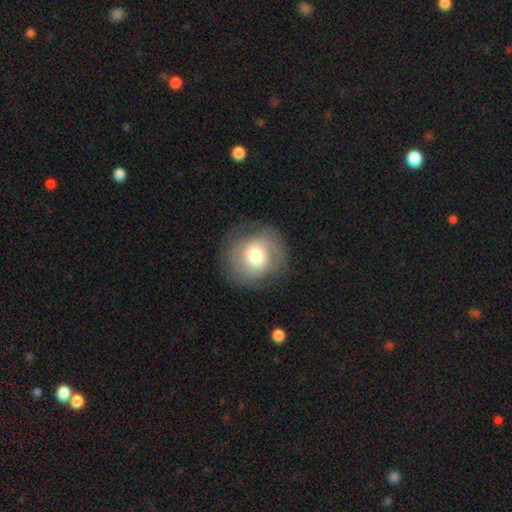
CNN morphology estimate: smooth_or_featured: smooth (p=0.52) [alt: featured or disk p=0.40]
how_rounded: round (p=0.84) [alt: in between p=0.15]
merging: none (p=0.75) [alt: minor disturbance p=0.15]